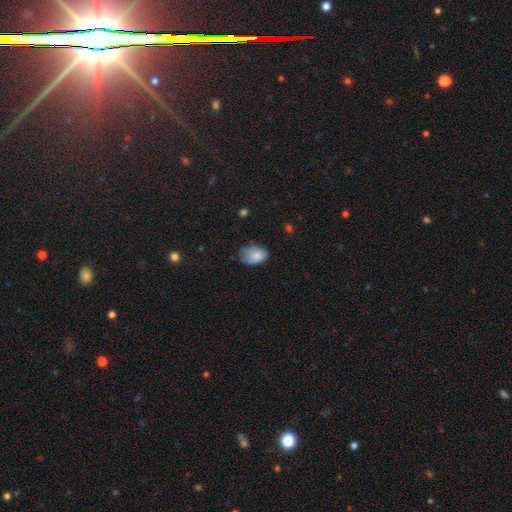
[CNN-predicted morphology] Smooth or featured: smooth — 84% (star or artifact — 8%)
How rounded: in between — 81% (round — 18%)
Merging: none — 55% (minor disturbance — 34%)